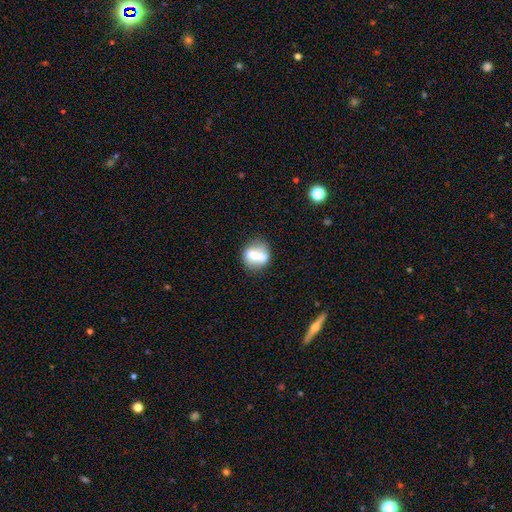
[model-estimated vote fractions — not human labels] smooth-or-featured: smooth: 55% | featured or disk: 36% | star or artifact: 9%
  how-rounded: round: 60% | in between: 34% | cigar-shaped: 6%
  merging: none: 52% | merger: 27% | minor disturbance: 15% | major disturbance: 6%